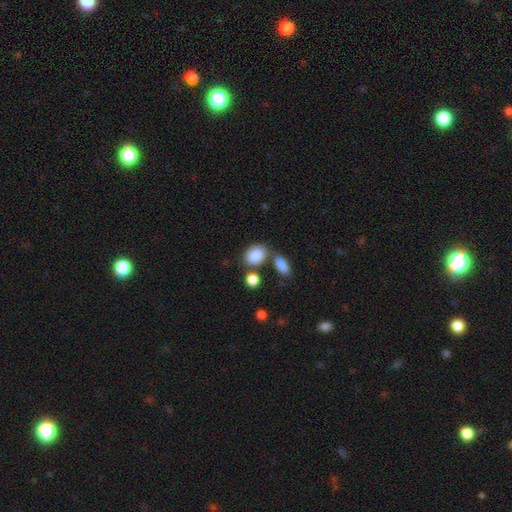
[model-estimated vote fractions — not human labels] smooth-or-featured: smooth: 87% | star or artifact: 8% | featured or disk: 5%
  how-rounded: in between: 73% | round: 26% | cigar-shaped: 1%
  merging: none: 58% | merger: 23% | minor disturbance: 15% | major disturbance: 5%